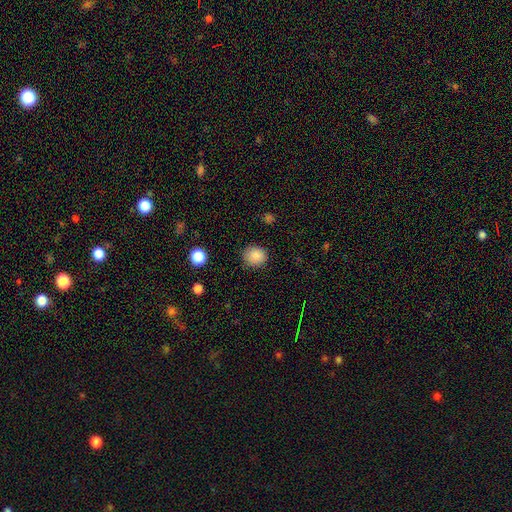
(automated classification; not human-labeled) This is clearly a smooth galaxy (86%). How rounded: clearly round (82%). Merging: clearly none (84%).